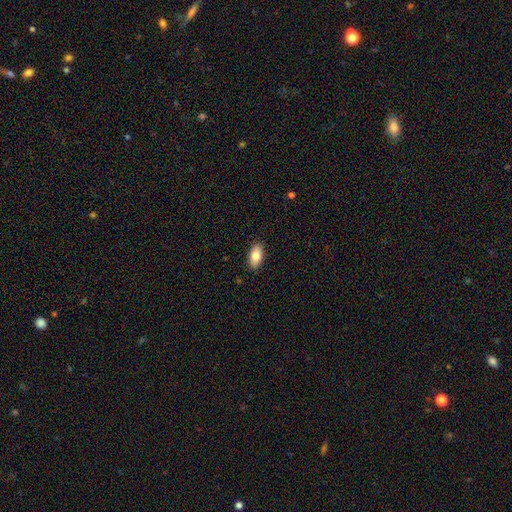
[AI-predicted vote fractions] A smooth galaxy with no disk features (83%) that is in between round and cigar-shaped (92%).

Vote fractions:
- Smooth or featured? smooth: 83% / featured or disk: 11% / star or artifact: 7%
- How rounded? in between: 92% / cigar-shaped: 5% / round: 3%
- Merging? none: 89% / minor disturbance: 8% / major disturbance: 2% / merger: 1%